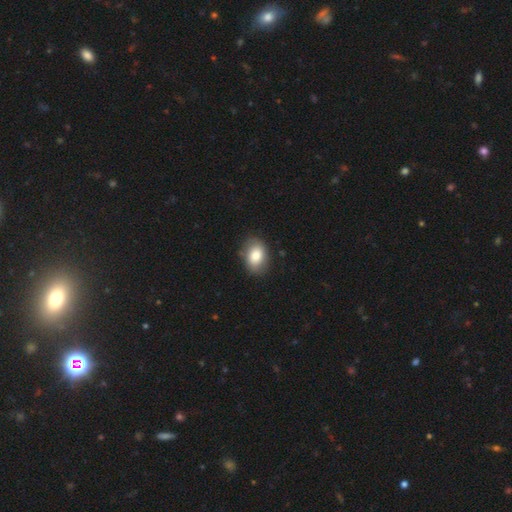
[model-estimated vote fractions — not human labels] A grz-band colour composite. It shows a smooth galaxy with no disk features (80%) that is in between round and cigar-shaped (76%). Merging: none (83%).